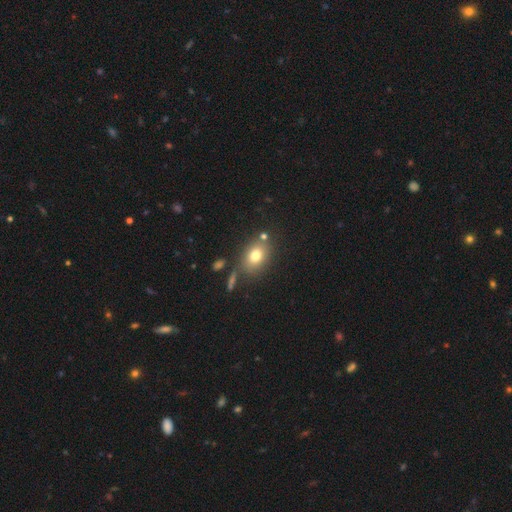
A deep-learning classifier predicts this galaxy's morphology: Overall: smooth (76%). How rounded: in between (68%; round 30%). Merging: none (75%).